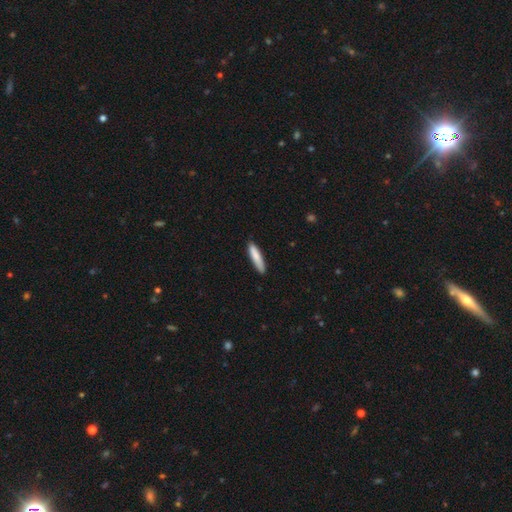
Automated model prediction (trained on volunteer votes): Smooth or featured? smooth (83%)
How rounded? cigar-shaped (84%)
Merging? none (86%)